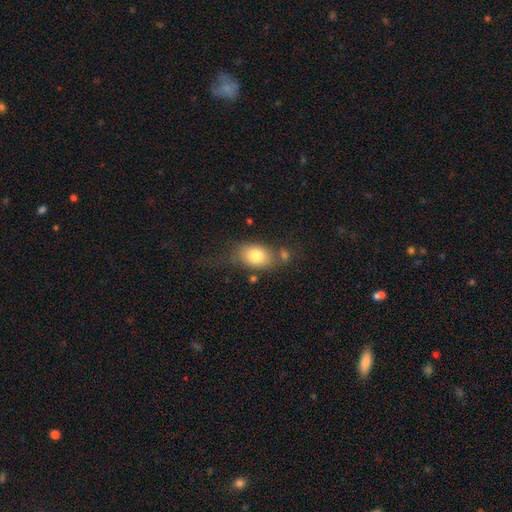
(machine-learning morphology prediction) Smooth or featured? Predicted: smooth (p=0.78). How rounded? Predicted: in between (p=0.78). Merging? Predicted: none (p=0.55).